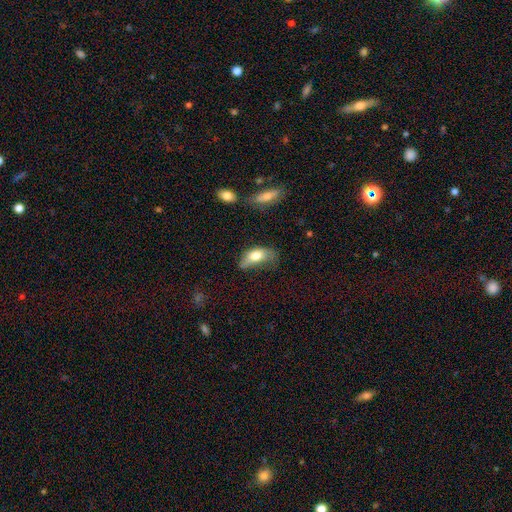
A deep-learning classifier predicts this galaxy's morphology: Smooth or featured?
  - smooth: 73% *
  - featured or disk: 20%
  - star or artifact: 8%
How rounded?
  - in between: 88% *
  - cigar-shaped: 8%
  - round: 5%
Merging?
  - minor disturbance: 37% *
  - none: 29%
  - major disturbance: 28%
  - merger: 6%